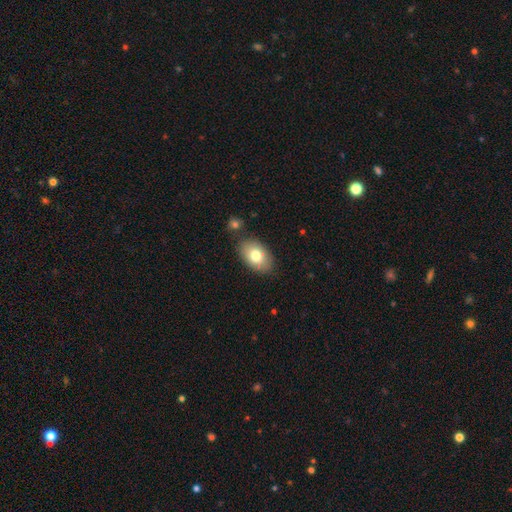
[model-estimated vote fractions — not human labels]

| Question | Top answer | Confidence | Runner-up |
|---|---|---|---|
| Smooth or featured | smooth | 78% | featured or disk (15%) |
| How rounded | in between | 90% | round (9%) |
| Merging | none | 79% | minor disturbance (13%) |